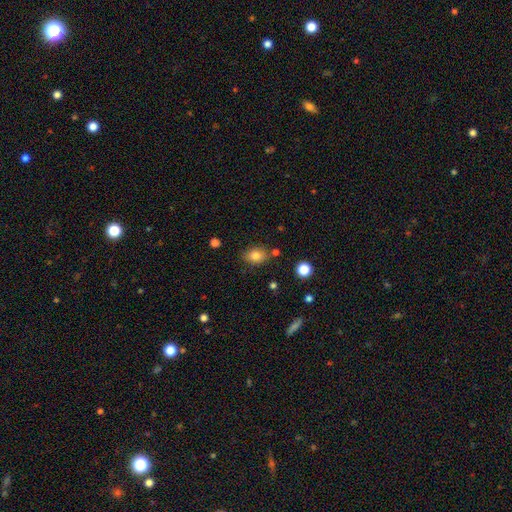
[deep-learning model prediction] smooth_or_featured: smooth (p=0.81) [alt: star or artifact p=0.10]
how_rounded: in between (p=0.66) [alt: round p=0.33]
merging: none (p=0.78) [alt: minor disturbance p=0.14]